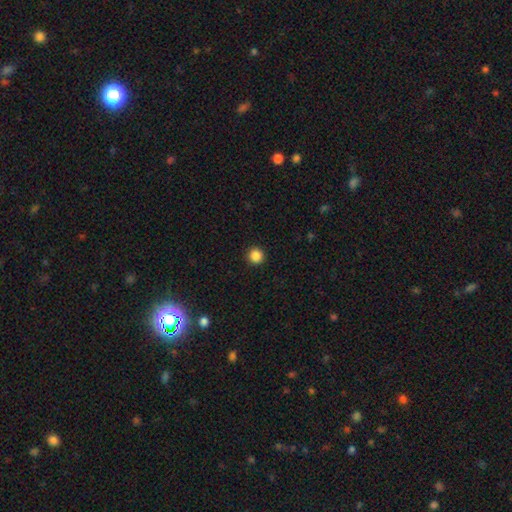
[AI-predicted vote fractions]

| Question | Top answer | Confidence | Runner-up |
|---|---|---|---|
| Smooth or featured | smooth | 87% | star or artifact (11%) |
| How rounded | round | 95% | in between (4%) |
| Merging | none | 93% | minor disturbance (5%) |